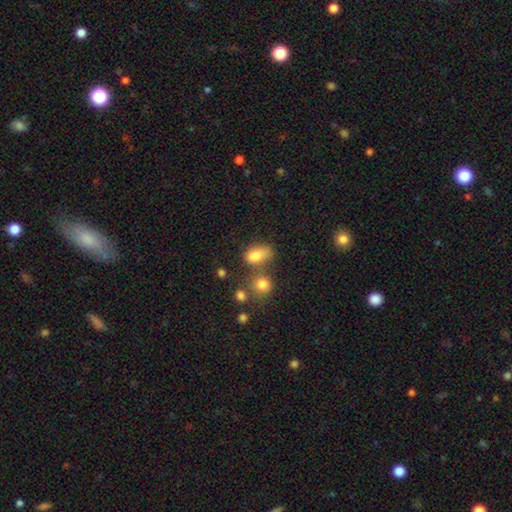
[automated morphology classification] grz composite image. It shows a smooth galaxy with no disk features (81%) that is in between round and cigar-shaped (77%). Merging: none (44%).